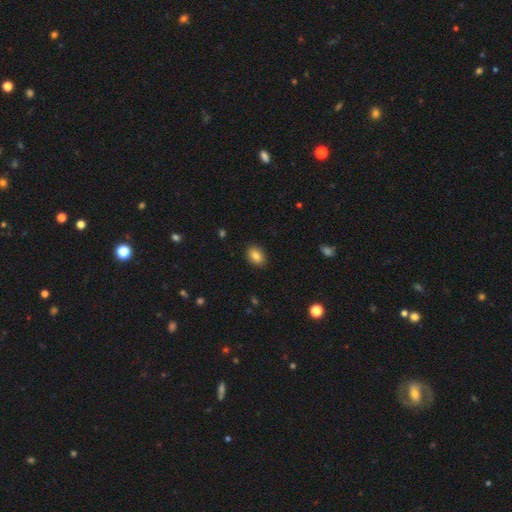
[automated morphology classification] The model was most divided on "how rounded": in between: 79%, round: 19%, cigar-shaped: 1%. More confident: merging — none (88%); smooth or featured — smooth (84%).